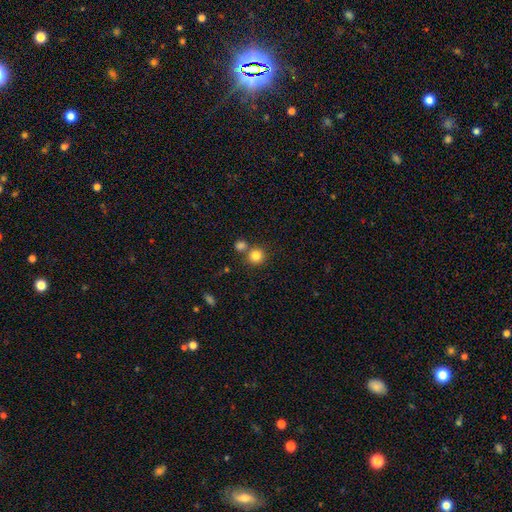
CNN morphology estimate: A smooth galaxy with no disk features (83%) that is round (91%). Merging: none (67%).